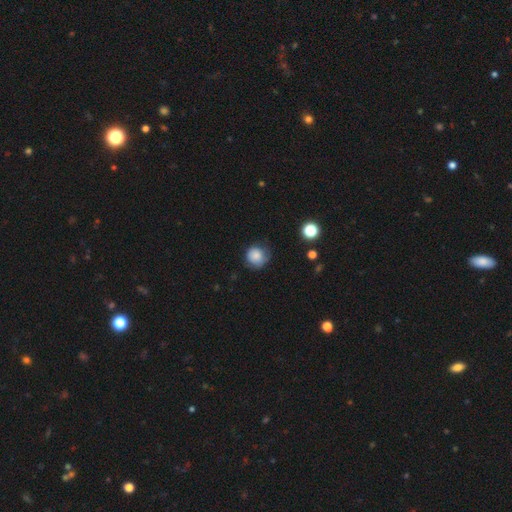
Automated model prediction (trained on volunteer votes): Overall: smooth (81%). How rounded: round (89%). Merging: none (61%; minor disturbance 29%).